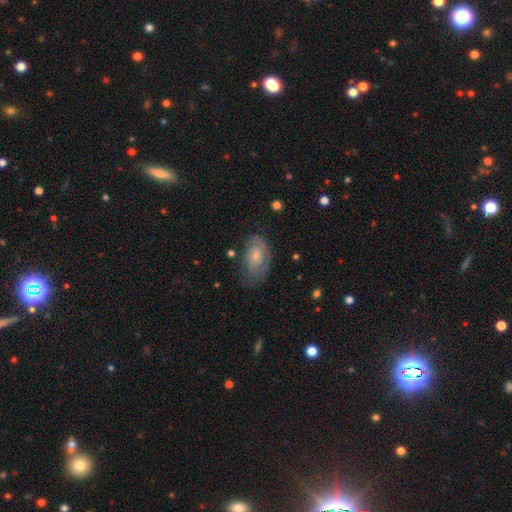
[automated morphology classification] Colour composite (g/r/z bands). It shows a featured or disk galaxy (57%) with no bar (80%), spiral arms (72%) and a small central bulge (55%). Merging: none (68%).